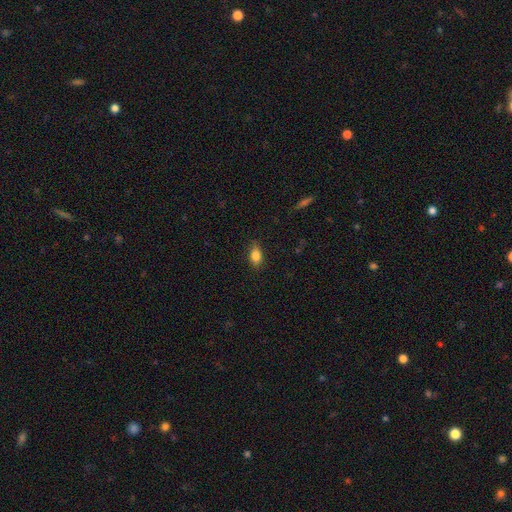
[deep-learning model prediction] Smooth or featured: smooth — 84% (star or artifact — 9%)
How rounded: in between — 82% (round — 13%)
Merging: none — 80% (minor disturbance — 16%)